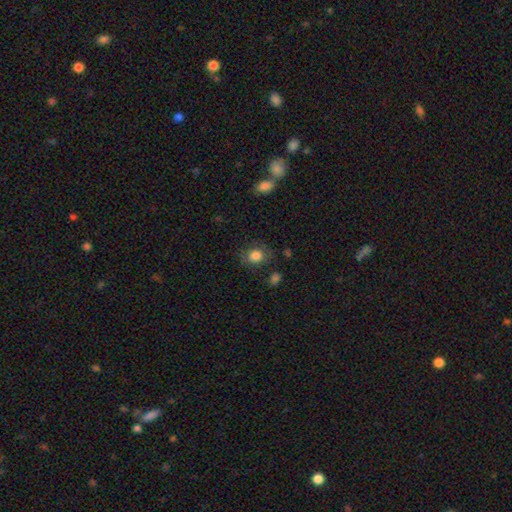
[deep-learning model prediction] smooth_or_featured: smooth (p=0.81) [alt: featured or disk p=0.10]
how_rounded: round (p=0.57) [alt: in between p=0.42]
merging: none (p=0.74) [alt: minor disturbance p=0.17]